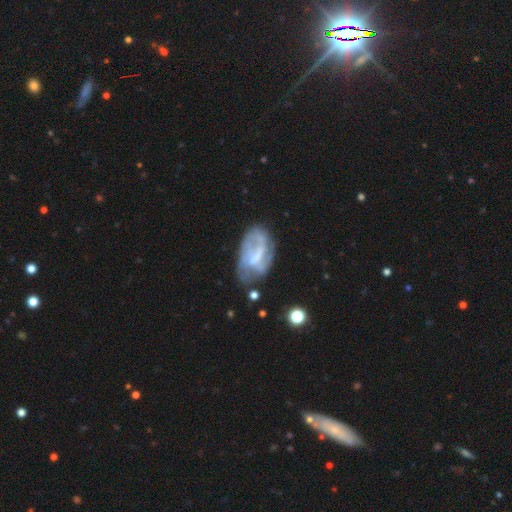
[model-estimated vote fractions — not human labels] Q: Smooth or featured?
A: featured or disk (66%); runner-up: smooth (26%)
Q: Edge-on disk?
A: no (96%); runner-up: yes (4%)
Q: Bar?
A: weak (42%); runner-up: no (32%)
Q: Spiral arms?
A: yes (59%); runner-up: no (41%)
Q: Bulge size?
A: none (43%); runner-up: small (28%)
Q: Merging?
A: none (47%); runner-up: minor disturbance (26%)